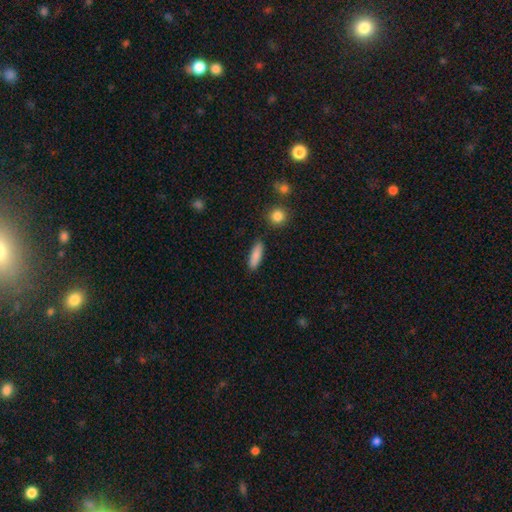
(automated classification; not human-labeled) smooth_or_featured: smooth (p=0.86) [alt: featured or disk p=0.08]
how_rounded: cigar-shaped (p=0.56) [alt: in between p=0.41]
merging: none (p=0.87) [alt: minor disturbance p=0.08]